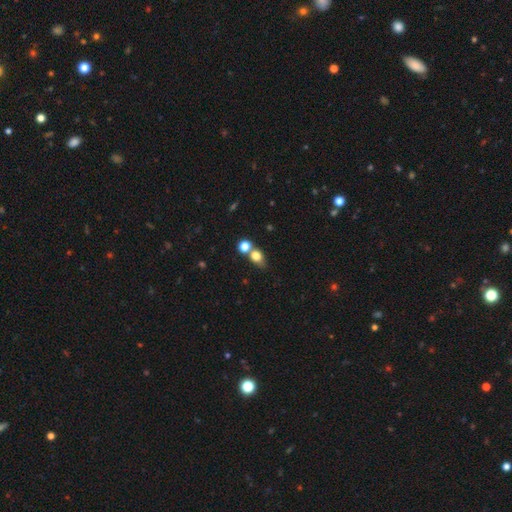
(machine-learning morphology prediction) A smooth galaxy with no disk features (76%) that is in between round and cigar-shaped (51%).

Vote fractions:
- Smooth or featured? smooth: 76% / star or artifact: 14% / featured or disk: 11%
- How rounded? in between: 51% / round: 47% / cigar-shaped: 2%
- Merging? none: 48% / merger: 34% / minor disturbance: 13% / major disturbance: 6%